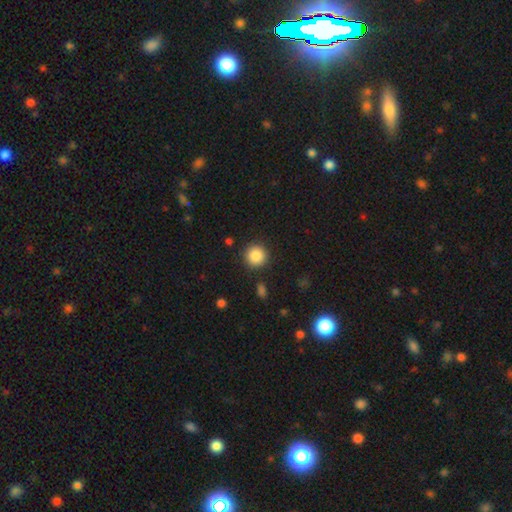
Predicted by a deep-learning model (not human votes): smooth 87%, star or artifact 9%, featured or disk 4%. Down the decision tree: how rounded — round (94%); merging — none (89%).